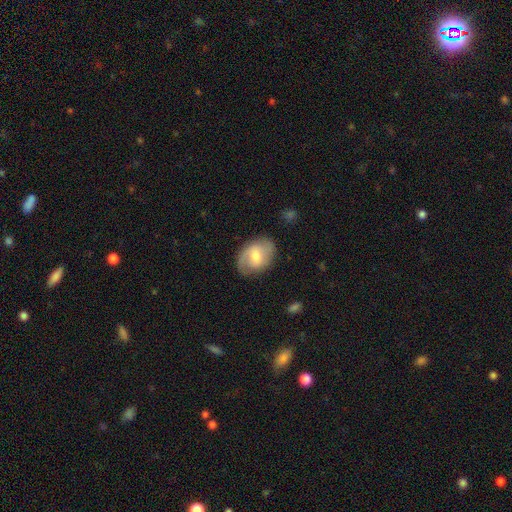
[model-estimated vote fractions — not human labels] smooth_or_featured: featured or disk (p=0.50) [alt: smooth p=0.43]
disk_edge_on: no (p=0.95) [alt: yes p=0.05]
merging: none (p=0.77) [alt: minor disturbance p=0.16]